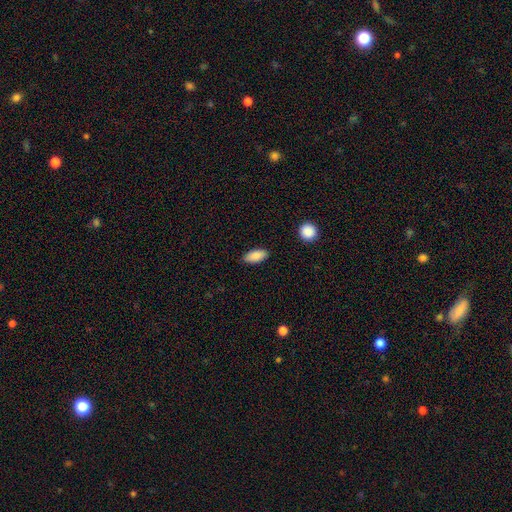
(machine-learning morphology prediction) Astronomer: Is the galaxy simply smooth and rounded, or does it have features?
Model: smooth — 87%.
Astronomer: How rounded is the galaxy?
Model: in between — 90%.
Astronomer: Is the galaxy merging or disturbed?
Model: none — 87%.